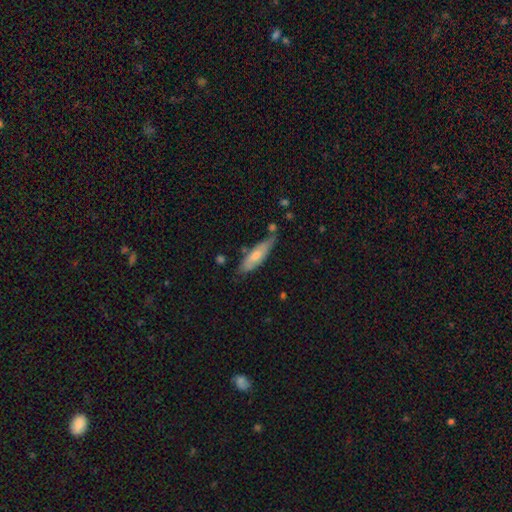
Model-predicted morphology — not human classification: Q: Smooth or featured?
A: smooth (63%); runner-up: featured or disk (31%)
Q: How rounded?
A: cigar-shaped (55%); runner-up: in between (43%)
Q: Merging?
A: none (57%); runner-up: minor disturbance (29%)